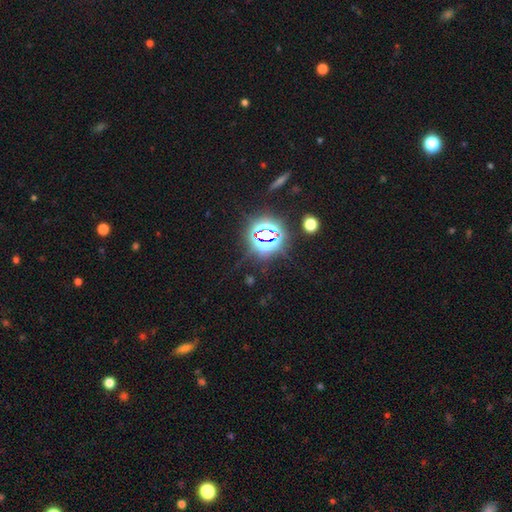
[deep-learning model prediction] A star or artifact, not a galaxy (82%).

Vote fractions:
- Smooth or featured? star or artifact: 82% / smooth: 11% / featured or disk: 7%